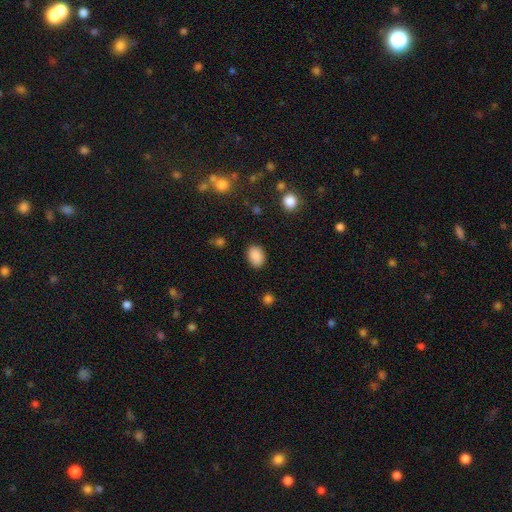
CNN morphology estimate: smooth_or_featured: smooth (p=0.88) [alt: star or artifact p=0.08]
how_rounded: in between (p=0.78) [alt: round p=0.21]
merging: none (p=0.85) [alt: minor disturbance p=0.10]